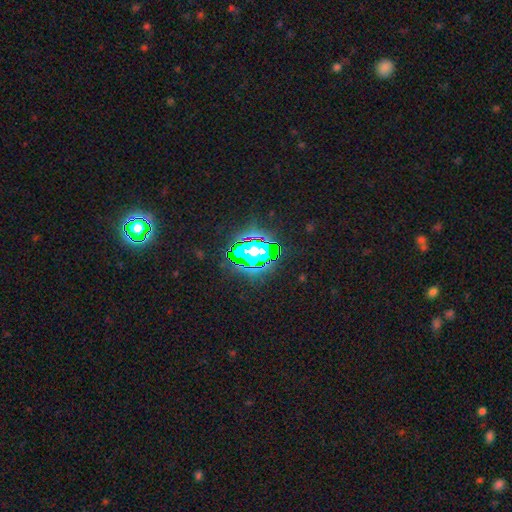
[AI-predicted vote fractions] Smooth or featured? star or artifact (75%)